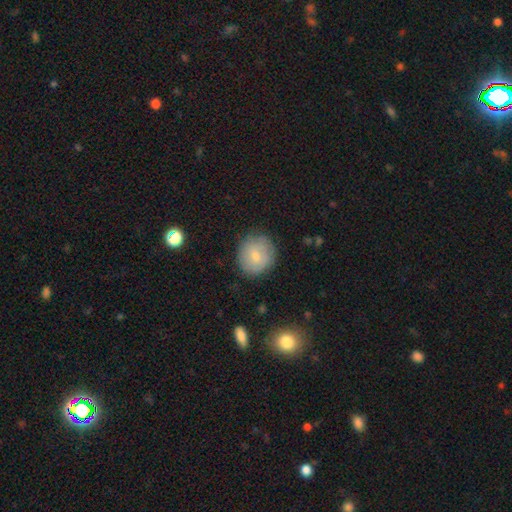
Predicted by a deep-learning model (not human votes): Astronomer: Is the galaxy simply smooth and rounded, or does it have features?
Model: smooth — 73%.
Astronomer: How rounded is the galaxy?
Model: round — 87%.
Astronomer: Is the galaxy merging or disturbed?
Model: none — 82%.